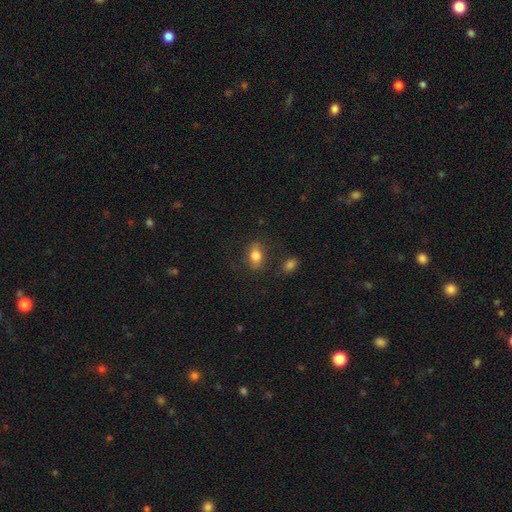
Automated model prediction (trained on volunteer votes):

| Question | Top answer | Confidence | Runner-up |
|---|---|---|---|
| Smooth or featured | smooth | 79% | featured or disk (13%) |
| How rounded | in between | 82% | round (15%) |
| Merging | none | 75% | minor disturbance (15%) |